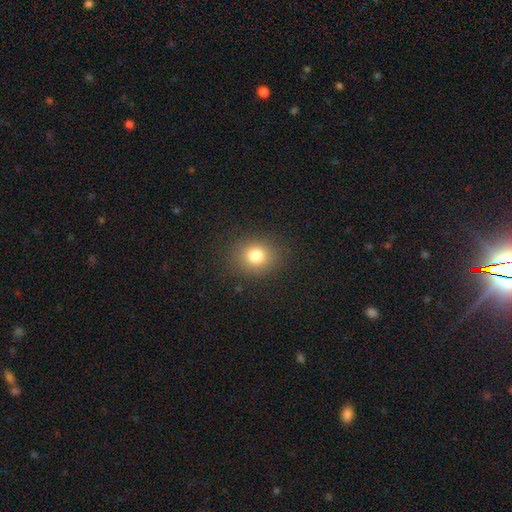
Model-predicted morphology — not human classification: Smooth or featured: smooth — 78% (star or artifact — 14%)
How rounded: round — 73% (in between — 26%)
Merging: none — 87% (minor disturbance — 8%)